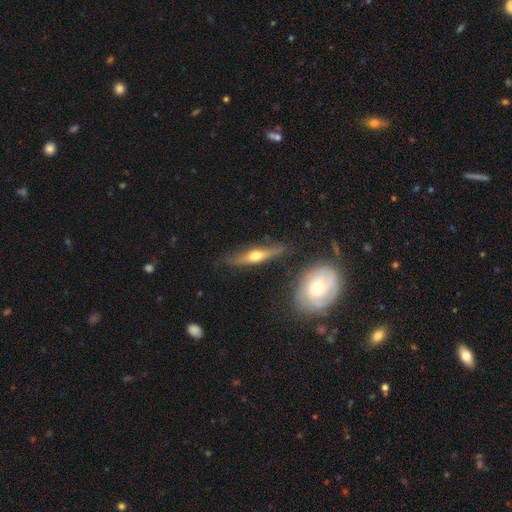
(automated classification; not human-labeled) A featured or disk galaxy (64%) viewed edge-on (92%) with a rounded central bulge (93%).

Vote fractions:
- Smooth or featured? featured or disk: 64% / smooth: 29% / star or artifact: 6%
- Edge-on disk? yes: 92% / no: 8%
- Edge-on bulge? rounded: 93% / none: 4% / boxy: 3%
- Merging? none: 78% / minor disturbance: 14% / major disturbance: 4% / merger: 4%